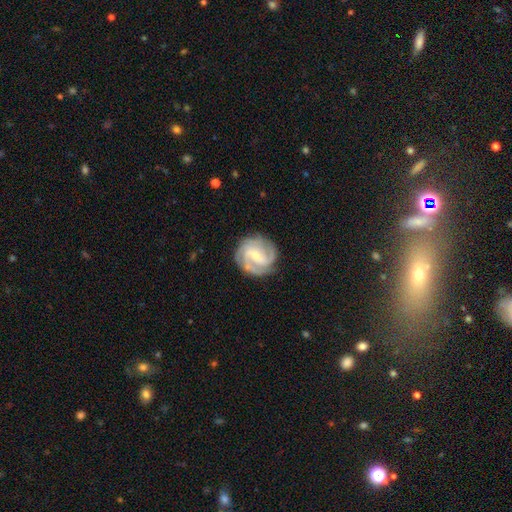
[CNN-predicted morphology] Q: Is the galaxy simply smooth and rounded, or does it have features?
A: featured or disk — 88%.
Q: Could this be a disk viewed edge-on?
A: no — 98%.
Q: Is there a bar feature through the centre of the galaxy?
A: weak — 53%.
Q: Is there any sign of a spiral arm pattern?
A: yes — 97%.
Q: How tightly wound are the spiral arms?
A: tight — 56%.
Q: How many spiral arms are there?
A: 3 — 42%.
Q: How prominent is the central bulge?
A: small — 56%.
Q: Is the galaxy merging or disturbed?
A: none — 81%.